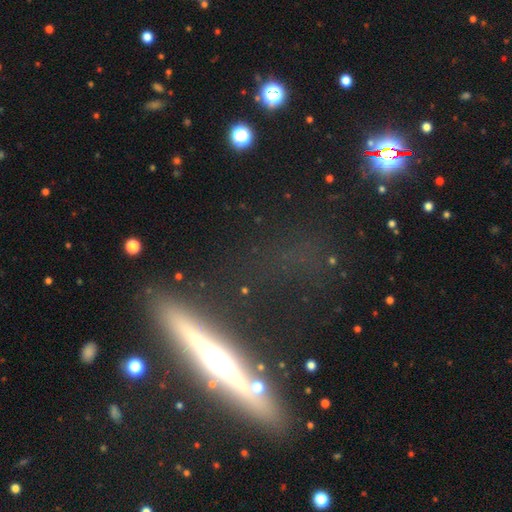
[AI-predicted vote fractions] Smooth or featured? featured or disk (63%)
Edge-on disk? yes (93%)
Edge-on bulge? rounded (55%)
Merging? none (76%)